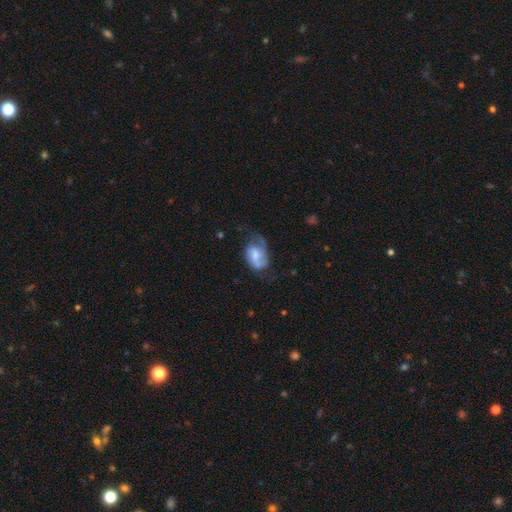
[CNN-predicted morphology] The model was most divided on "bar": no: 48%, weak: 42%, strong: 10%. Remaining: edge-on disk — no (97%); spiral arms — yes (85%); smooth or featured — featured or disk (63%); spiral arm count — 2 (58%); spiral winding — medium (45%); bulge size — moderate (43%); merging — none (40%).